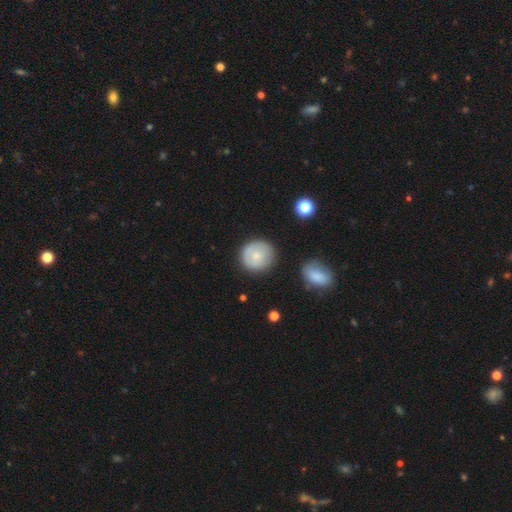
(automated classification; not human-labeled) The model was most divided on "smooth or featured": smooth: 73%, featured or disk: 21%, star or artifact: 6%. More confident: how rounded — round (92%); merging — none (83%).